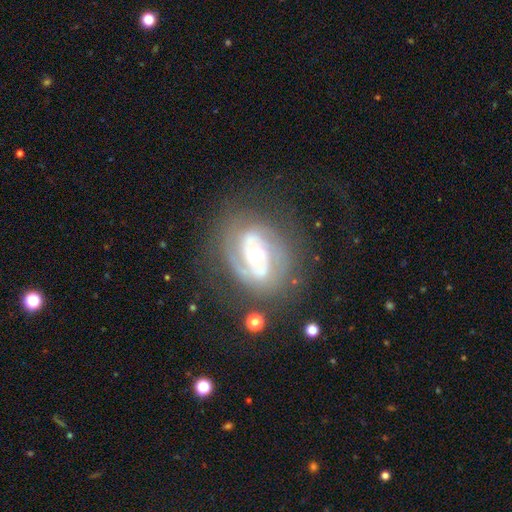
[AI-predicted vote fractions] Overall: featured or disk (84%). Edge-on disk: no (96%). Bar: no (55%; weak 29%). Spiral arms: yes (86%). Spiral arm count: 2 (68%). Spiral winding: tight (52%; medium 35%). Bulge size: moderate (68%). Merging: none (70%).